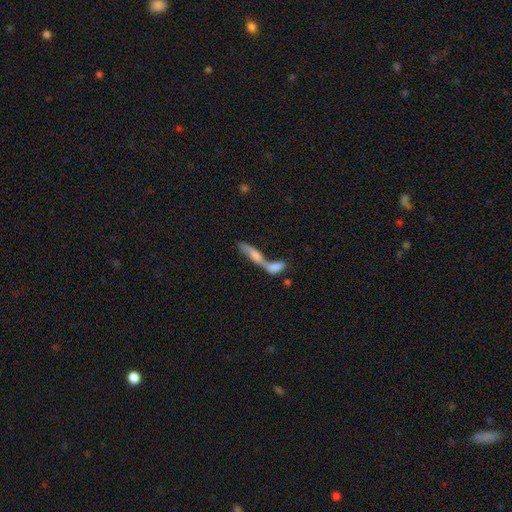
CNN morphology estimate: A featured or disk galaxy (47%). Merging: merger (50%).